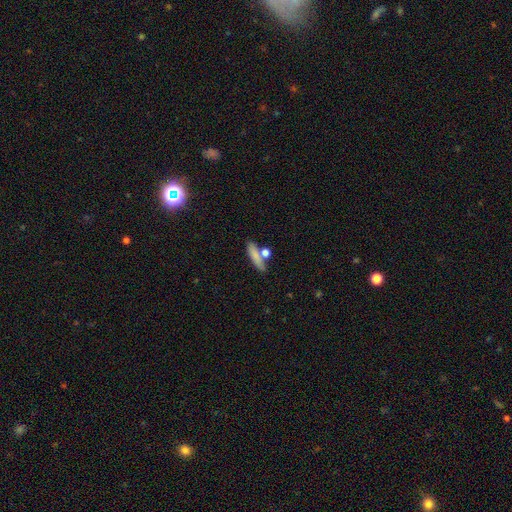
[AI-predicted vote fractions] A smooth galaxy with no disk features (78%) that is cigar-shaped (65%).

Vote fractions:
- Smooth or featured? smooth: 78% / featured or disk: 14% / star or artifact: 8%
- How rounded? cigar-shaped: 65% / in between: 29% / round: 6%
- Merging? none: 66% / merger: 17% / minor disturbance: 13% / major disturbance: 4%